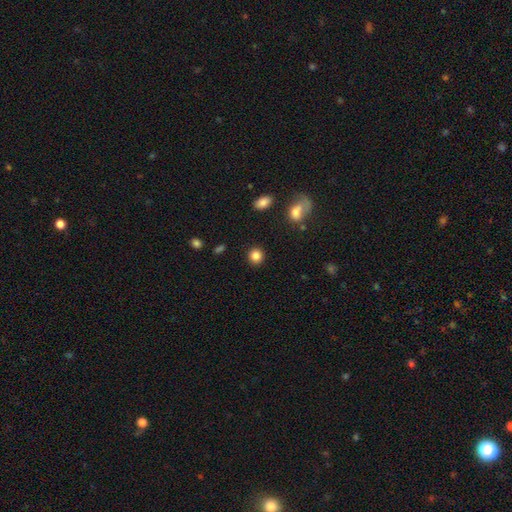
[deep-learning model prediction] Smooth or featured?
  - smooth: 86% *
  - star or artifact: 10%
  - featured or disk: 4%
How rounded?
  - round: 88% *
  - in between: 11%
  - cigar-shaped: 1%
Merging?
  - none: 90% *
  - minor disturbance: 6%
  - major disturbance: 2%
  - merger: 2%